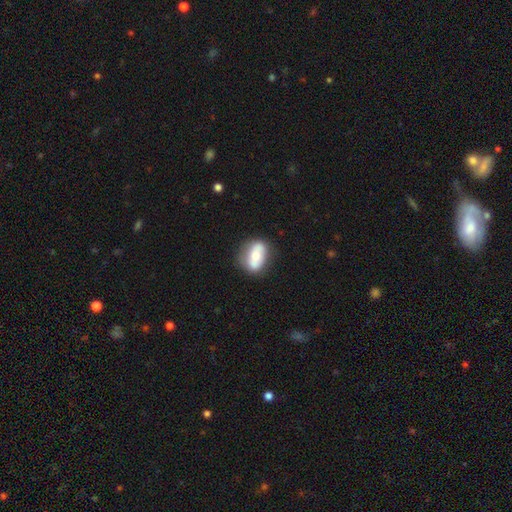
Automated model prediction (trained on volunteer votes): A smooth galaxy with no disk features (55%) that is in between round and cigar-shaped (78%). Merging: none (70%).